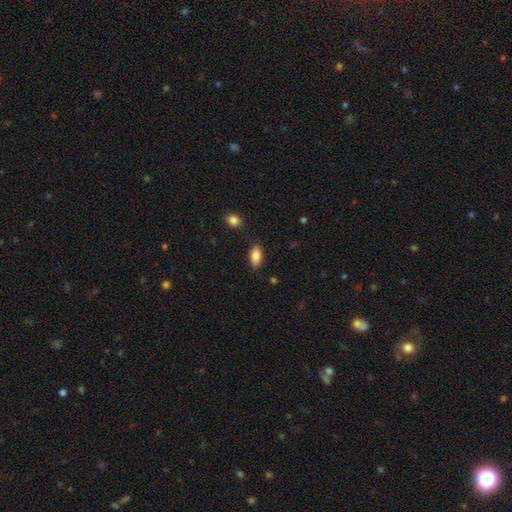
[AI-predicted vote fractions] Morphology: type=smooth (85%); roundness=in between (90%); merging=none (85%).